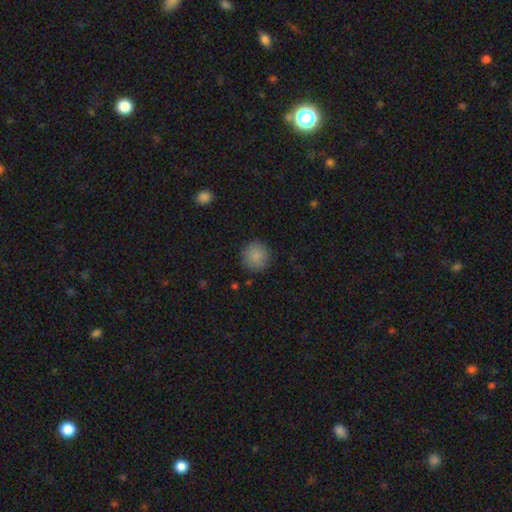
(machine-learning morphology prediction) type=smooth (87%); roundness=round (94%); merging=none (89%).